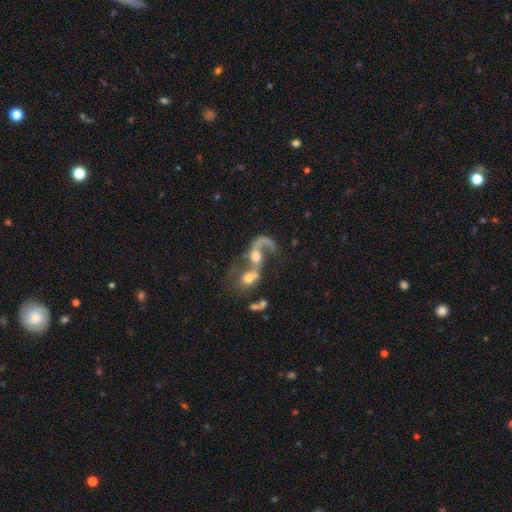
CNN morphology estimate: Smooth or featured? Predicted: featured or disk (p=0.64). Edge-on disk? Predicted: no (p=0.96). Bar? Predicted: no (p=0.70). Spiral arms? Predicted: yes (p=0.68). Bulge size? Predicted: moderate (p=0.51). Merging? Predicted: merger (p=0.77).